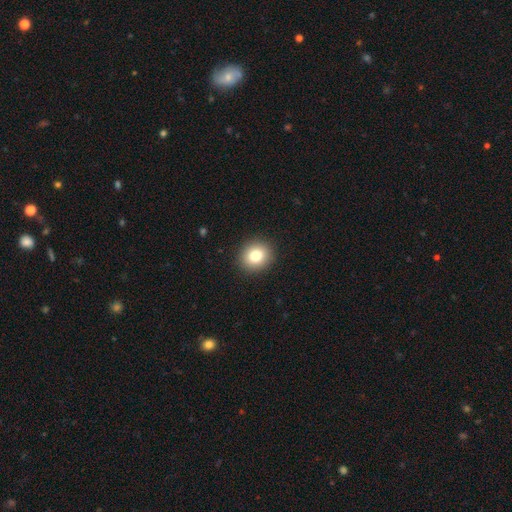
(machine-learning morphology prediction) smooth_or_featured: smooth (p=0.81) [alt: star or artifact p=0.10]
how_rounded: round (p=0.80) [alt: in between p=0.19]
merging: none (p=0.91) [alt: minor disturbance p=0.06]